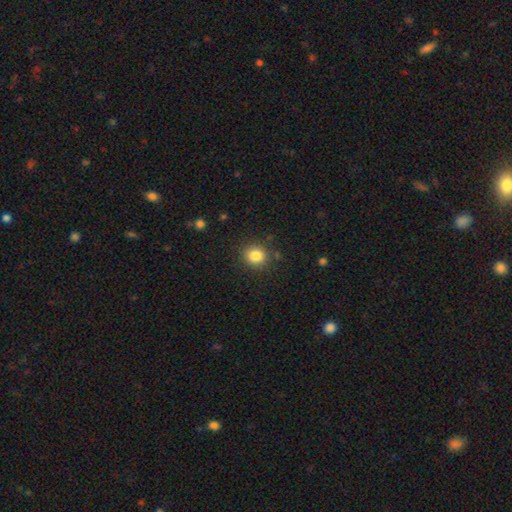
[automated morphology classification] smooth 84%, star or artifact 11%, featured or disk 6%. Down the decision tree: how rounded — round (79%); merging — none (86%).